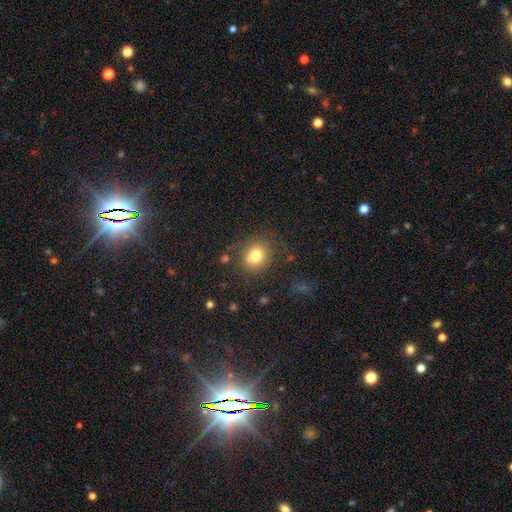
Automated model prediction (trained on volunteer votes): A smooth galaxy with no disk features (78%) that is round (69%). Merging: none (77%).